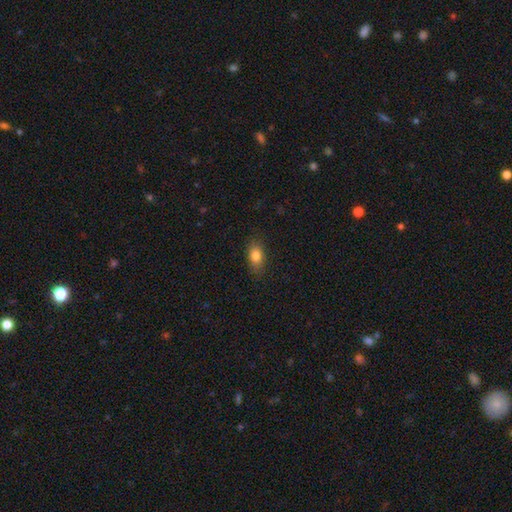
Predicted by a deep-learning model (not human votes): Smooth or featured? Predicted: smooth (p=0.83). How rounded? Predicted: in between (p=0.84). Merging? Predicted: none (p=0.83).